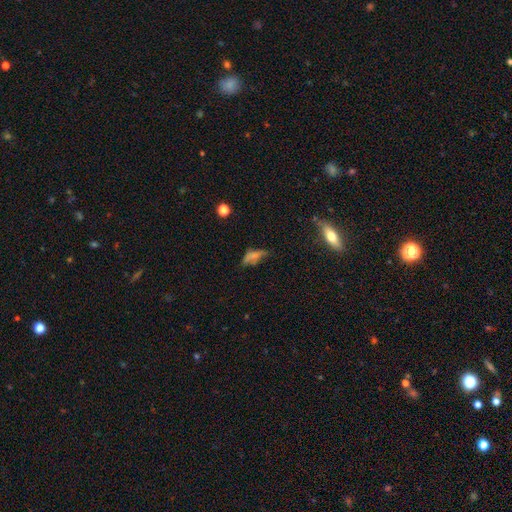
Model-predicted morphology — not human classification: A smooth galaxy with no disk features (47%). Merging: none (47%).